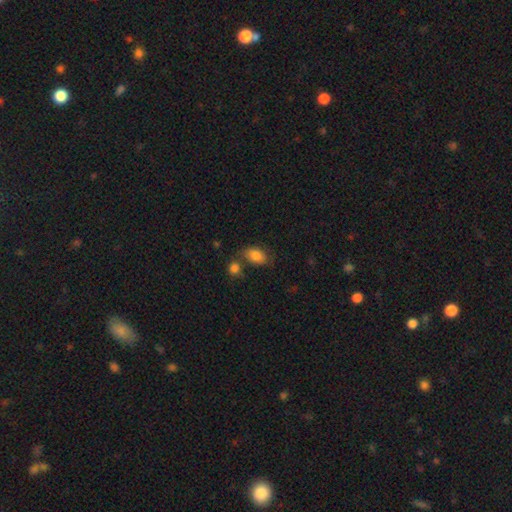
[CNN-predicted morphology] This appears to be a smooth galaxy with no disk features (83%) that is in between round and cigar-shaped (85%). Merging: none (52%).